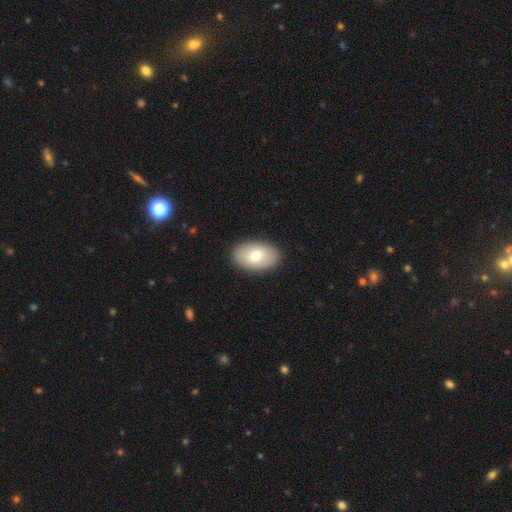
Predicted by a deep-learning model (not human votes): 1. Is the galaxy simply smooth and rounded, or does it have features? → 74% smooth, 19% featured or disk, 6% star or artifact.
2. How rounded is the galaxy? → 90% in between, 9% round, 1% cigar-shaped.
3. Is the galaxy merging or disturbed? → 89% none, 8% minor disturbance, 2% major disturbance, 1% merger.